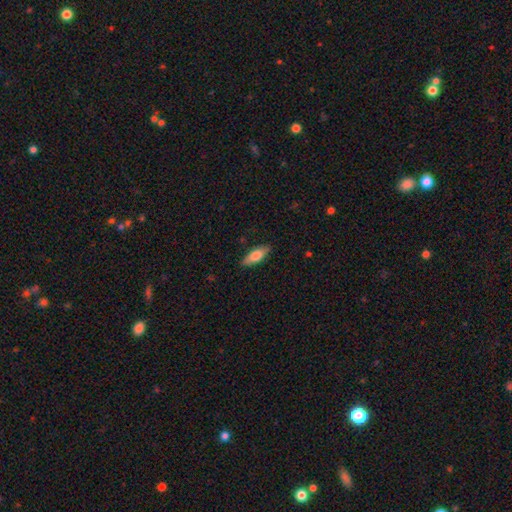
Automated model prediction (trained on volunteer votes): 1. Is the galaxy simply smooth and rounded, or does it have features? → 75% smooth, 19% featured or disk, 6% star or artifact.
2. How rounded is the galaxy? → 70% in between, 28% cigar-shaped, 2% round.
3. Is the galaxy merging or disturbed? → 87% none, 10% minor disturbance, 2% major disturbance, 1% merger.